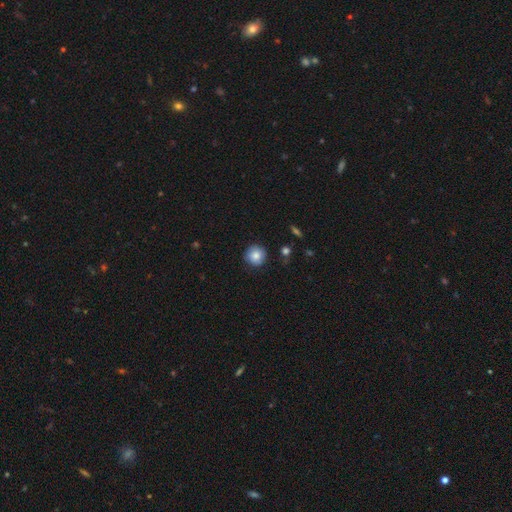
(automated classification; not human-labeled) Q: Smooth or featured?
A: smooth (81%); runner-up: featured or disk (11%)
Q: How rounded?
A: round (94%); runner-up: in between (5%)
Q: Merging?
A: none (85%); runner-up: minor disturbance (11%)